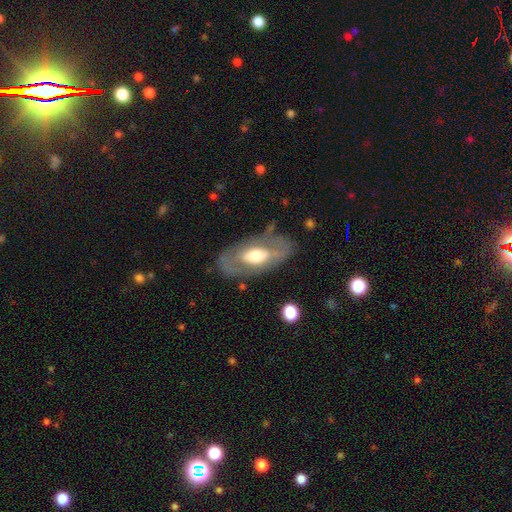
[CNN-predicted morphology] Q: Smooth or featured?
A: featured or disk (58%); runner-up: smooth (36%)
Q: Edge-on disk?
A: no (86%); runner-up: yes (14%)
Q: Bar?
A: no (71%); runner-up: weak (19%)
Q: Spiral arms?
A: no (72%); runner-up: yes (28%)
Q: Bulge size?
A: moderate (56%); runner-up: large (32%)
Q: Merging?
A: none (72%); runner-up: minor disturbance (17%)